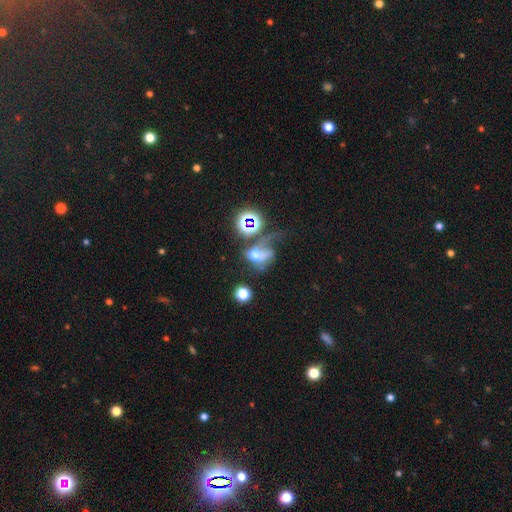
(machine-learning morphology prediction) smooth_or_featured: smooth (p=0.40) [alt: featured or disk p=0.38]
merging: major disturbance (p=0.43) [alt: merger p=0.23]